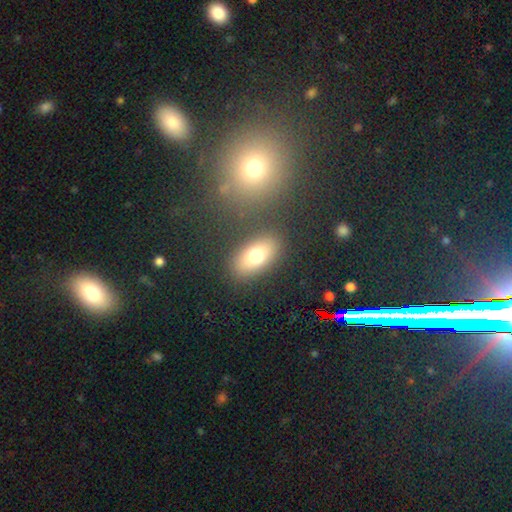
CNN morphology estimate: A smooth galaxy with no disk features (72%) that is in between round and cigar-shaped (84%). Merging: none (85%).